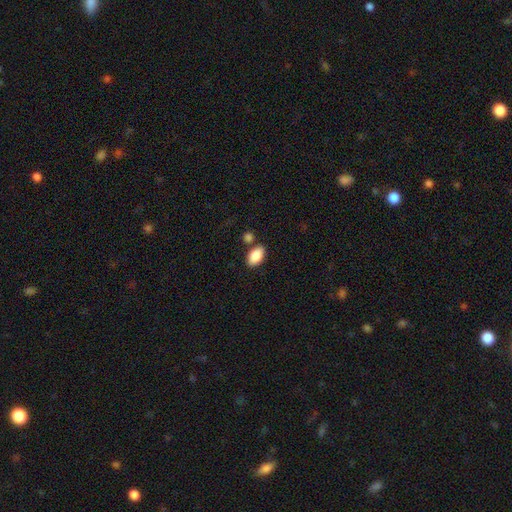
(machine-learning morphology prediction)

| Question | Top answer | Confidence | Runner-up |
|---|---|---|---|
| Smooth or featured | smooth | 88% | star or artifact (7%) |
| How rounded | in between | 93% | round (5%) |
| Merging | none | 76% | minor disturbance (11%) |